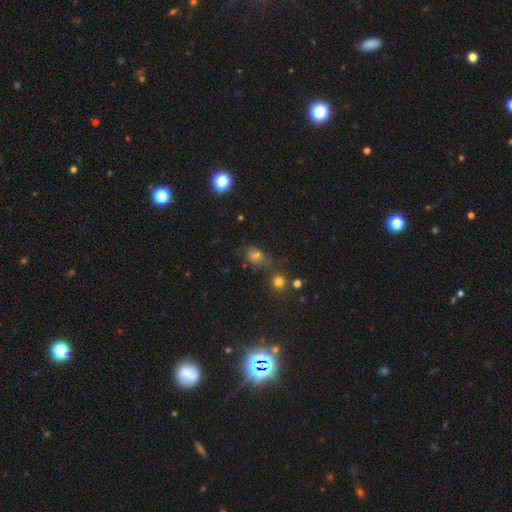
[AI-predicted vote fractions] This appears to be a smooth galaxy with no disk features (57%) that is in between round and cigar-shaped (58%). Merging: none (53%).